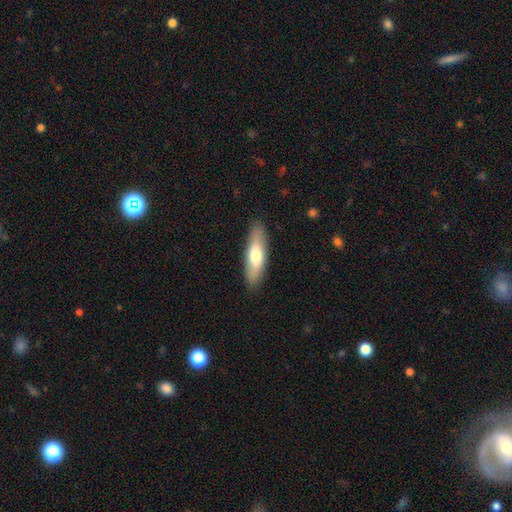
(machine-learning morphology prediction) Smooth or featured: smooth — 65% (featured or disk — 29%)
How rounded: cigar-shaped — 56% (in between — 43%)
Merging: none — 87% (minor disturbance — 9%)